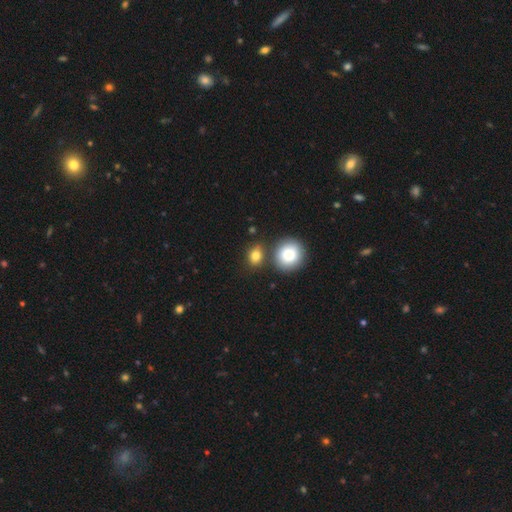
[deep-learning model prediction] Morphology: type=smooth (83%); roundness=round (56%); merging=none (66%).